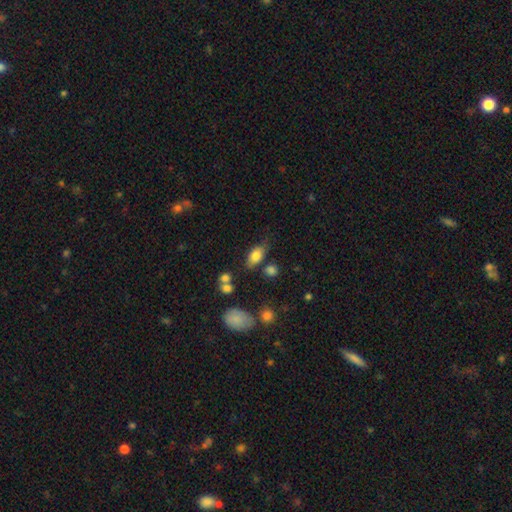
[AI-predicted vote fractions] This is likely a smooth galaxy (78%). How rounded: clearly in between (87%). Merging: likely none (68%).